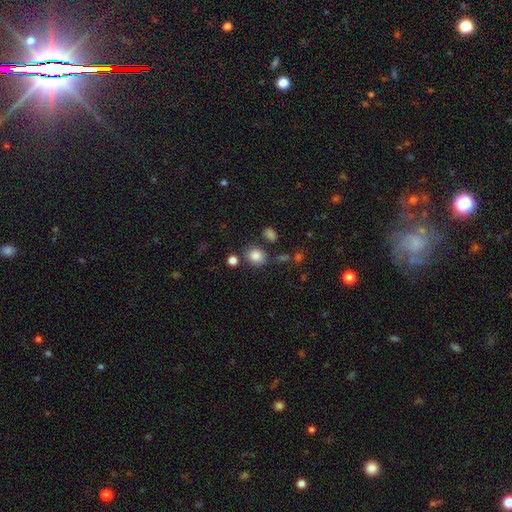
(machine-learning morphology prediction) Smooth or featured? Predicted: smooth (p=0.84). How rounded? Predicted: round (p=0.66). Merging? Predicted: none (p=0.73).